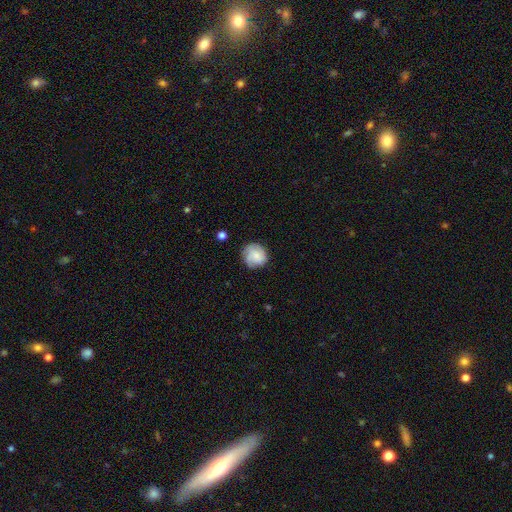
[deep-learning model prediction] This appears to be a smooth galaxy with no disk features (56%) that is round (87%). Merging: none (76%).